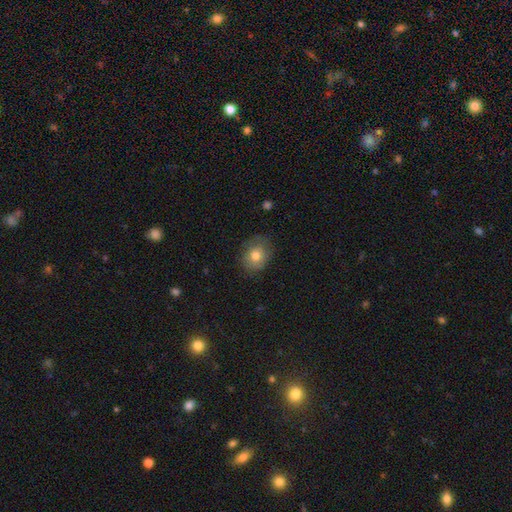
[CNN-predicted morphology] A smooth galaxy with no disk features (78%) that is round (55%).

Vote fractions:
- Smooth or featured? smooth: 78% / featured or disk: 14% / star or artifact: 9%
- How rounded? round: 55% / in between: 44% / cigar-shaped: 1%
- Merging? none: 76% / minor disturbance: 18% / major disturbance: 4% / merger: 1%